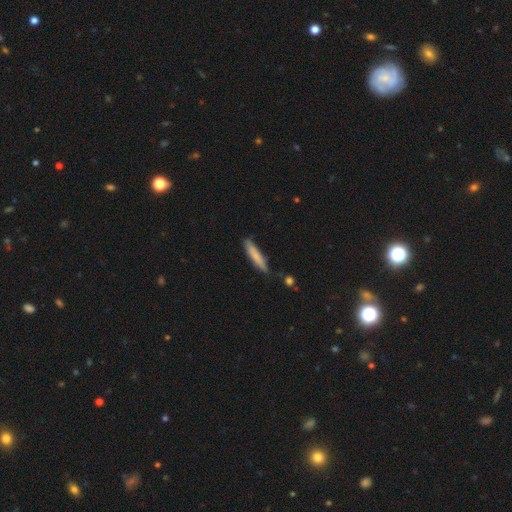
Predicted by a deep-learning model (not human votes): Q: Smooth or featured?
A: smooth (77%); runner-up: featured or disk (17%)
Q: How rounded?
A: cigar-shaped (89%); runner-up: in between (10%)
Q: Merging?
A: none (73%); runner-up: minor disturbance (21%)